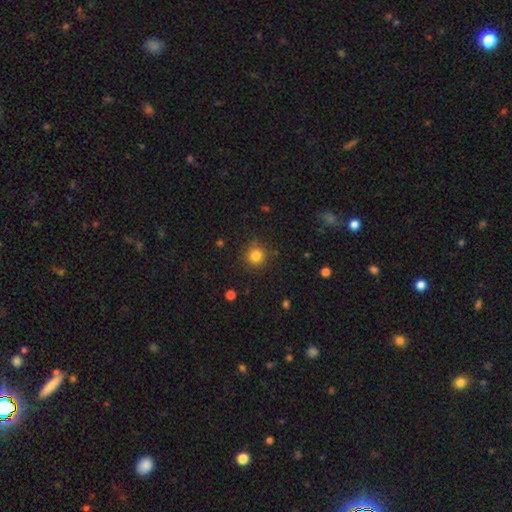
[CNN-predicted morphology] Q: Smooth or featured?
A: smooth (83%); runner-up: star or artifact (12%)
Q: How rounded?
A: round (94%); runner-up: in between (5%)
Q: Merging?
A: none (87%); runner-up: minor disturbance (9%)